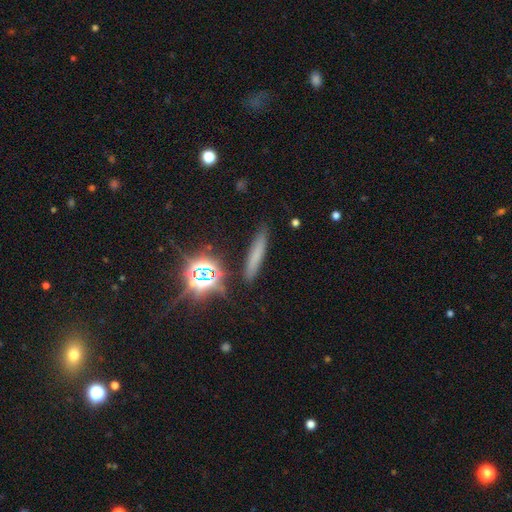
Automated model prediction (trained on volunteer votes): This appears to be a smooth galaxy with no disk features (61%) that is cigar-shaped (90%). Merging: none (87%).